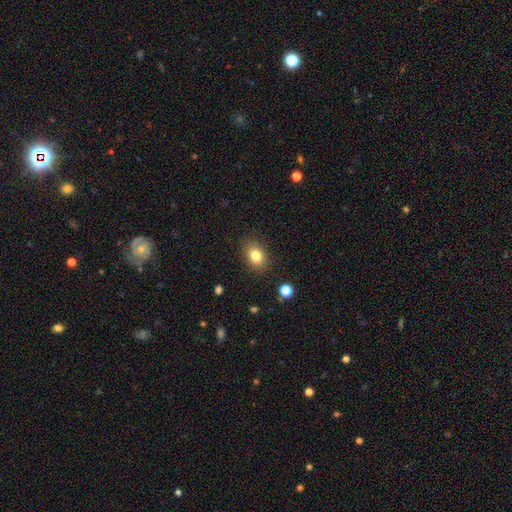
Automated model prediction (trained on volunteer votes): Overall: smooth (82%). How rounded: in between (65%; round 33%). Merging: none (85%).